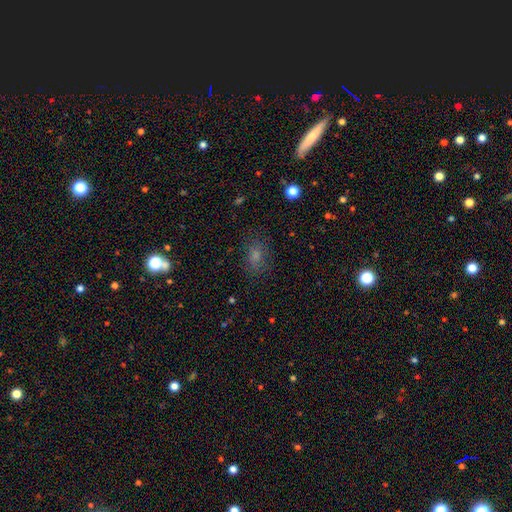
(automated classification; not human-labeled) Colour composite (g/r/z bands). It shows a smooth galaxy with no disk features (68%) that is in between round and cigar-shaped (76%). Merging: none (75%).